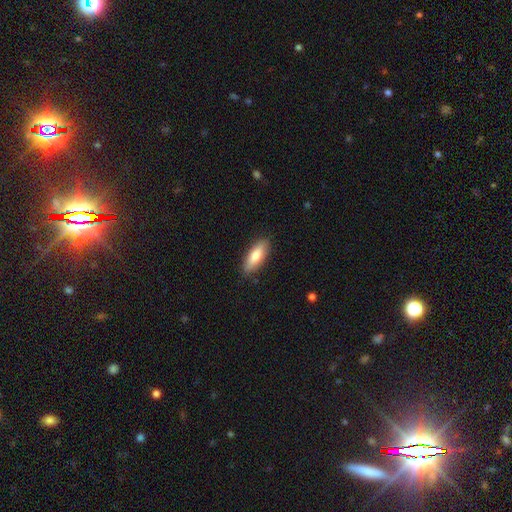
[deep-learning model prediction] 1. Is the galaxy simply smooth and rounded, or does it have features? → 78% smooth, 16% featured or disk, 6% star or artifact.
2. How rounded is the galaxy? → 68% in between, 30% cigar-shaped, 2% round.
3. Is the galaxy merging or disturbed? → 86% none, 11% minor disturbance, 2% major disturbance, 1% merger.